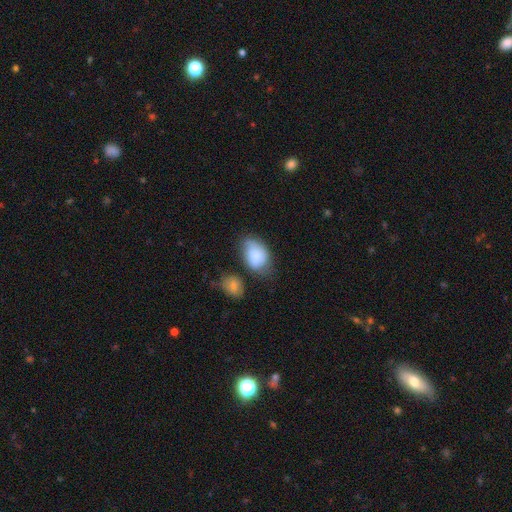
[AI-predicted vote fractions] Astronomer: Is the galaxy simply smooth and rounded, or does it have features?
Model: smooth — 82%.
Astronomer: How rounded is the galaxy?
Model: in between — 86%.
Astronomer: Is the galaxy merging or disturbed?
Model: none — 43% (runner-up: minor disturbance, 32%).